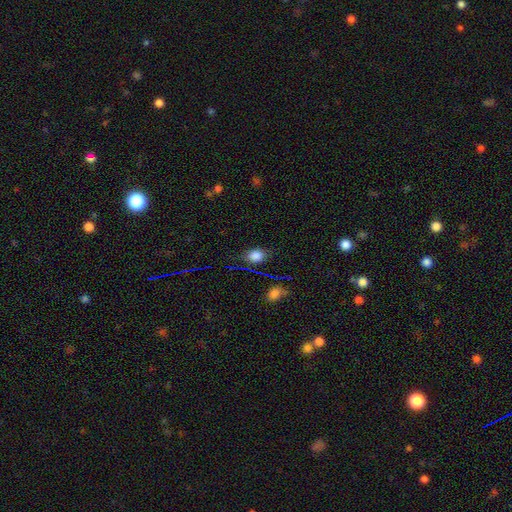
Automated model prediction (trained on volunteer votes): This appears to be a smooth galaxy with no disk features (78%) that is in between round and cigar-shaped (66%). Merging: none (79%).